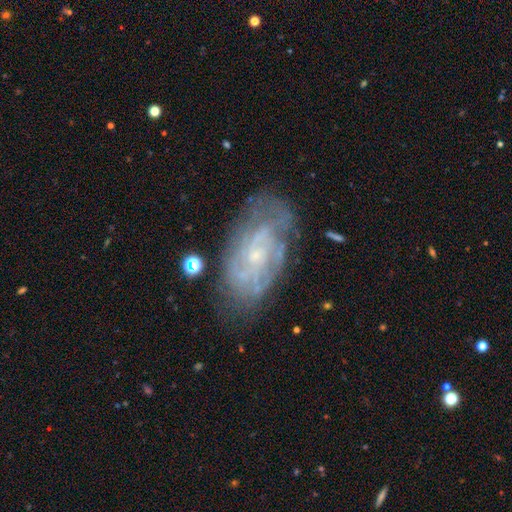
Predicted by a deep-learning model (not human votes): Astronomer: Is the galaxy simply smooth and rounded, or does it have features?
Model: featured or disk — 78%.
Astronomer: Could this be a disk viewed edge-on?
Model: no — 95%.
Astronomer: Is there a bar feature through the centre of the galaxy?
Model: no — 70%.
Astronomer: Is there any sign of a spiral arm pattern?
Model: yes — 86%.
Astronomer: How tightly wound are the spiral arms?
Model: tight — 60%.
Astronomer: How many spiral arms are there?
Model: can't tell — 48%.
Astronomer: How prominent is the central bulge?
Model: small — 74%.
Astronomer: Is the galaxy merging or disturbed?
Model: none — 69%.